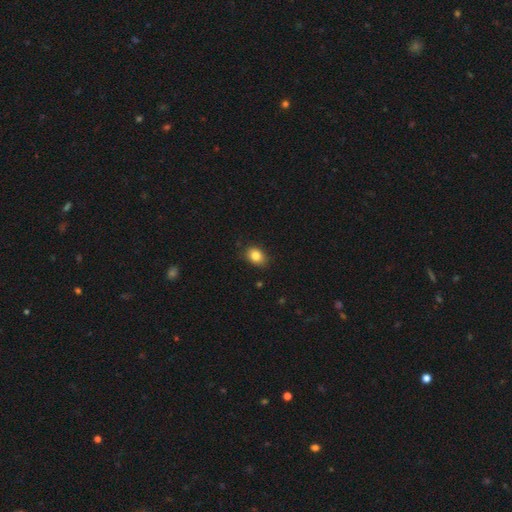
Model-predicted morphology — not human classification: Smooth or featured?
  - smooth: 84% *
  - star or artifact: 9%
  - featured or disk: 7%
How rounded?
  - in between: 64% *
  - round: 35%
  - cigar-shaped: 1%
Merging?
  - none: 83% *
  - minor disturbance: 14%
  - major disturbance: 2%
  - merger: 1%